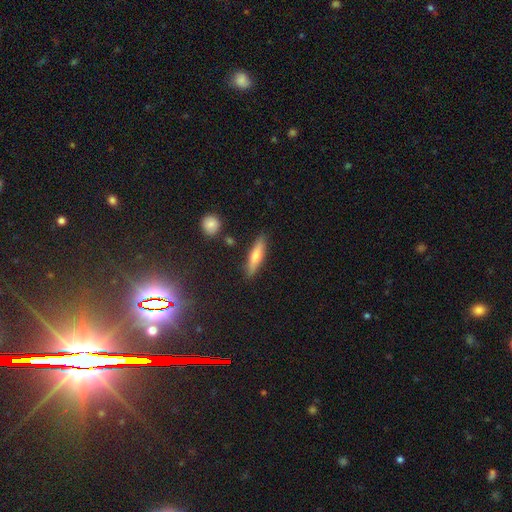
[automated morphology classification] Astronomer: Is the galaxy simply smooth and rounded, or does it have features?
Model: smooth — 57% (runner-up: featured or disk, 33%).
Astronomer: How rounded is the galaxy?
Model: cigar-shaped — 77%.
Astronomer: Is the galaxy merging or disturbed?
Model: none — 87%.